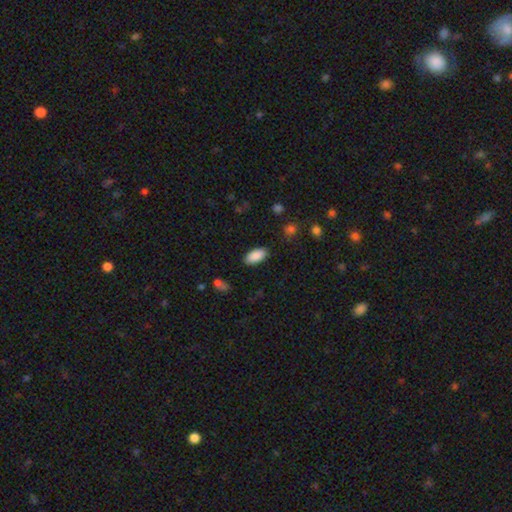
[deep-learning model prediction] Smooth or featured? smooth (89%)
How rounded? in between (93%)
Merging? none (87%)